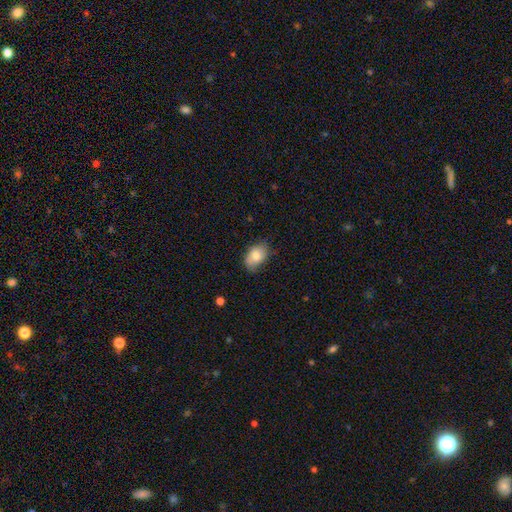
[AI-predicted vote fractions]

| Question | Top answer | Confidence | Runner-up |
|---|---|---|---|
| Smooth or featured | smooth | 80% | featured or disk (13%) |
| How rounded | in between | 89% | round (9%) |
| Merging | none | 70% | minor disturbance (24%) |